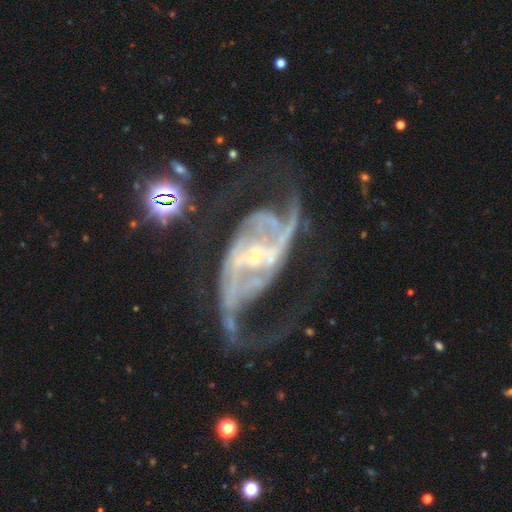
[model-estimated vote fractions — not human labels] Overall: featured or disk (90%). Edge-on disk: no (96%). Bar: strong (35%; weak 33%). Spiral arms: yes (96%). Spiral arm count: 2 (80%). Spiral winding: medium (45%; loose 40%). Bulge size: small (76%). Merging: none (50%; major disturbance 29%).